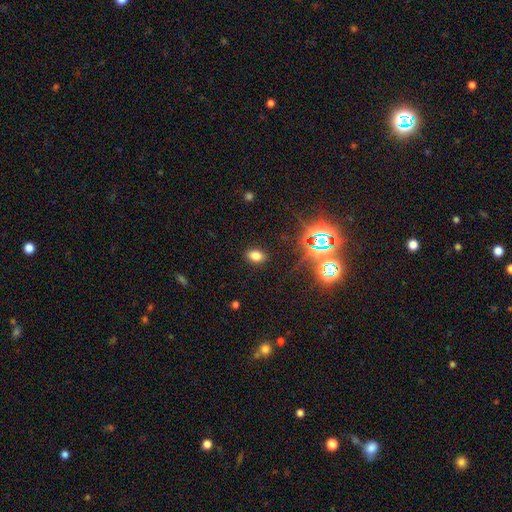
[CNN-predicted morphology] Smooth or featured: smooth — 72% (star or artifact — 21%)
How rounded: in between — 81% (round — 18%)
Merging: none — 88% (minor disturbance — 8%)